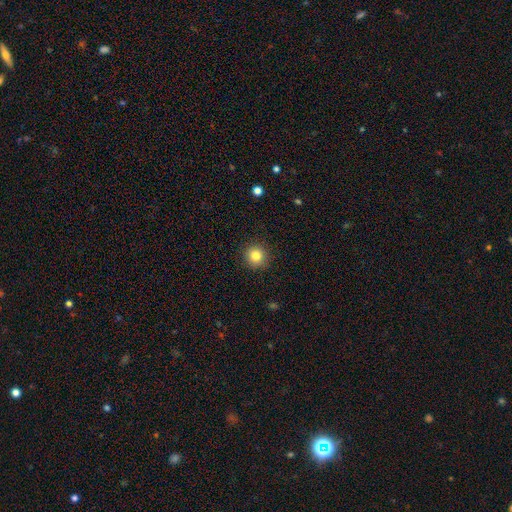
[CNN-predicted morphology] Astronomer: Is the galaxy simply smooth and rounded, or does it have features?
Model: smooth — 82%.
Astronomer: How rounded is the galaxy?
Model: round — 94%.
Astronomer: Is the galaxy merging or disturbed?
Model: none — 92%.